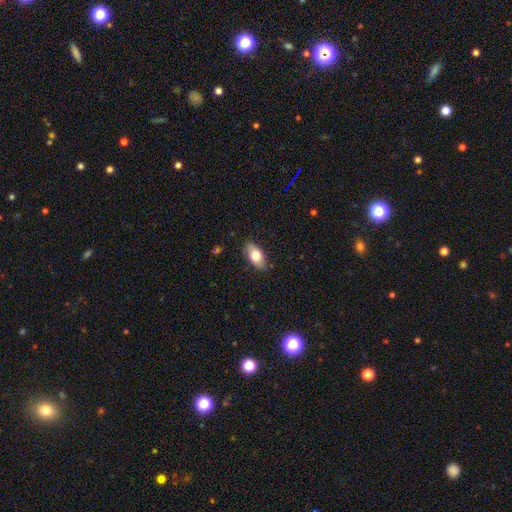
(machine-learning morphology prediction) smooth_or_featured: smooth (p=0.79) [alt: featured or disk p=0.15]
how_rounded: in between (p=0.92) [alt: cigar-shaped p=0.04]
merging: none (p=0.84) [alt: minor disturbance p=0.12]